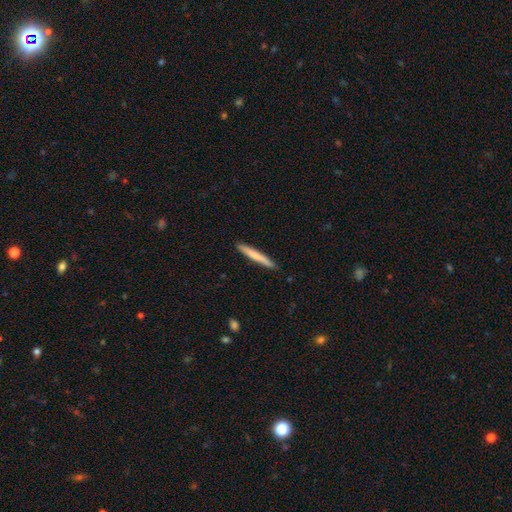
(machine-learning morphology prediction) This appears to be a smooth galaxy with no disk features (71%) that is cigar-shaped (96%). Merging: none (90%).